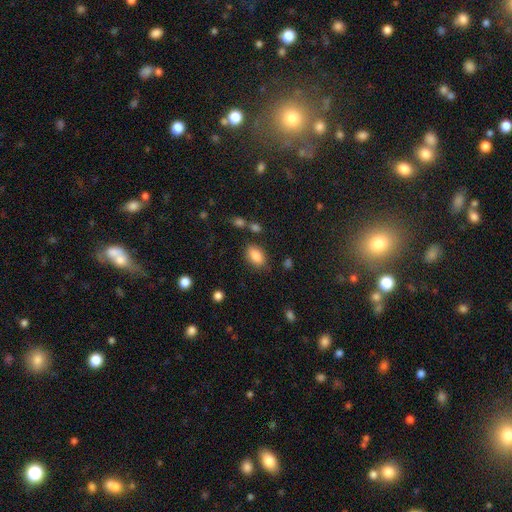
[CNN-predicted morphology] This appears to be a smooth galaxy with no disk features (86%) that is in between round and cigar-shaped (90%). Merging: none (77%).